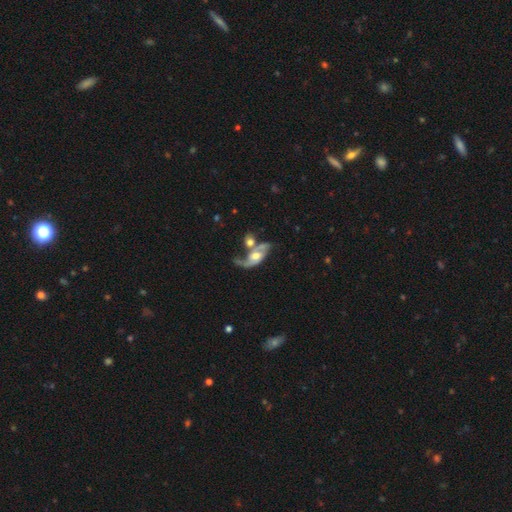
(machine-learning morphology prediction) Smooth or featured?
  - featured or disk: 76% *
  - smooth: 17%
  - star or artifact: 7%
Edge-on disk?
  - no: 93% *
  - yes: 7%
Bar?
  - no: 58% *
  - weak: 31%
  - strong: 11%
Spiral arms?
  - yes: 89% *
  - no: 11%
Spiral winding?
  - loose: 61% *
  - medium: 29%
  - tight: 10%
Spiral arm count?
  - 2: 75% *
  - 1: 16%
  - can't tell: 6%
  - 3: 1%
  - 4: 1%
  - more than 4: 1%
Bulge size?
  - moderate: 61% *
  - small: 22%
  - large: 11%
  - none: 3%
  - dominant: 2%
Merging?
  - merger: 44% *
  - none: 26%
  - major disturbance: 17%
  - minor disturbance: 13%